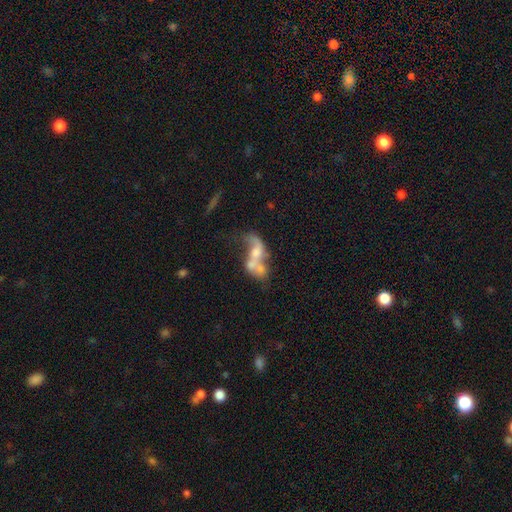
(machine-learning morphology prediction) This appears to be a featured or disk galaxy (62%) with no bar (74%), no spiral arms (59%) and a moderate central bulge (38%). Merging: merger (56%).